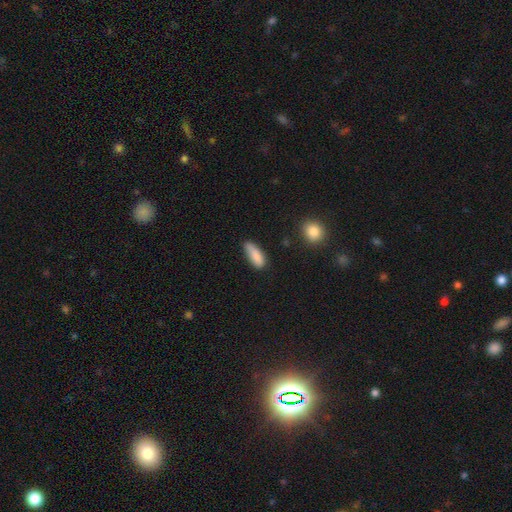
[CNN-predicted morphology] This appears to be a smooth galaxy with no disk features (86%) that is in between round and cigar-shaped (63%). Merging: none (61%).